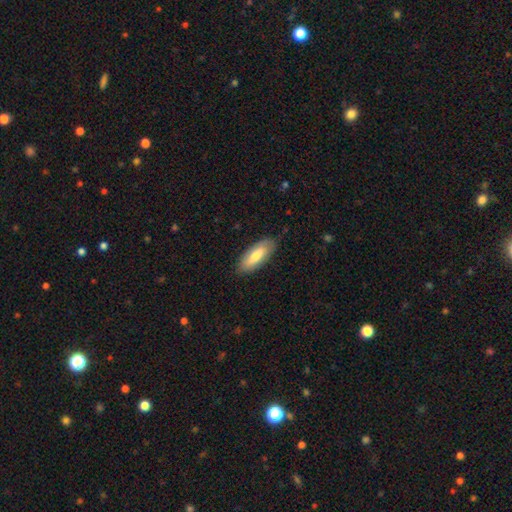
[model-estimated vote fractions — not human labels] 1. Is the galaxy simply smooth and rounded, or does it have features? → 72% smooth, 23% featured or disk, 6% star or artifact.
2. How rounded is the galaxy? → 72% in between, 26% cigar-shaped, 2% round.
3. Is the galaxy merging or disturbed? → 85% none, 12% minor disturbance, 2% major disturbance, 1% merger.